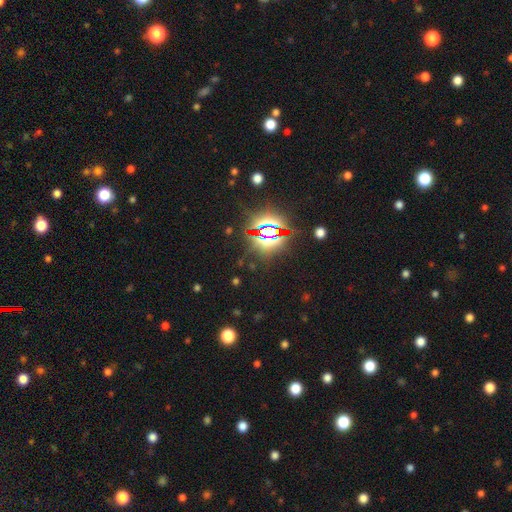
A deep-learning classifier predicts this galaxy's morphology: Overall: star or artifact (83%).